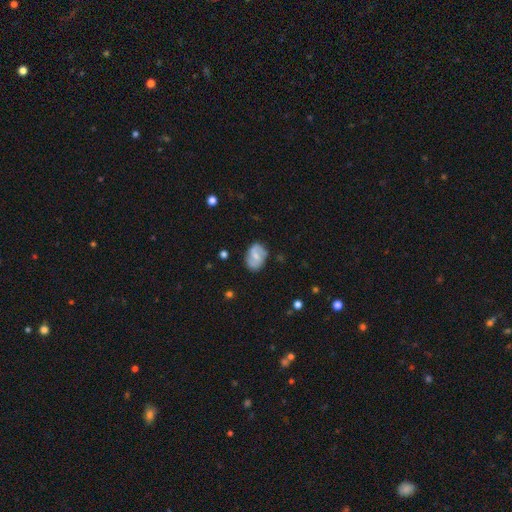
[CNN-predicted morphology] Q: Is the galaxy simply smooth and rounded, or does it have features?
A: featured or disk — 53%.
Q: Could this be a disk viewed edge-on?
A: no — 97%.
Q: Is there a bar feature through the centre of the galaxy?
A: weak — 51%.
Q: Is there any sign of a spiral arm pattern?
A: yes — 77%.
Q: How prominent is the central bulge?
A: small — 51%.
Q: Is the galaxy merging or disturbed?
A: none — 75%.